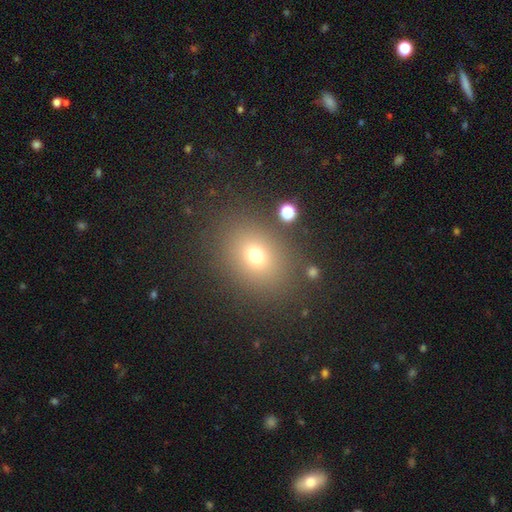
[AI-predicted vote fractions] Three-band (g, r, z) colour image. It shows a smooth galaxy with no disk features (70%) that is in between round and cigar-shaped (50%). Merging: none (84%).